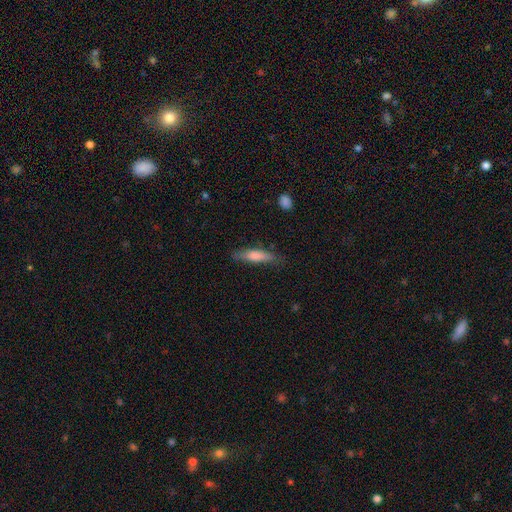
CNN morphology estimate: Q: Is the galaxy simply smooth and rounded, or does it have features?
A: smooth — 74%.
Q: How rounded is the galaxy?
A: cigar-shaped — 77%.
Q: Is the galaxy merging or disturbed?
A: none — 77%.